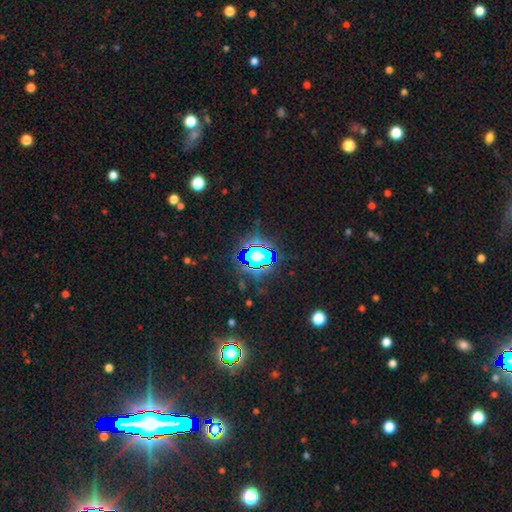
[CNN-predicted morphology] Smooth or featured? Predicted: star or artifact (p=0.63).